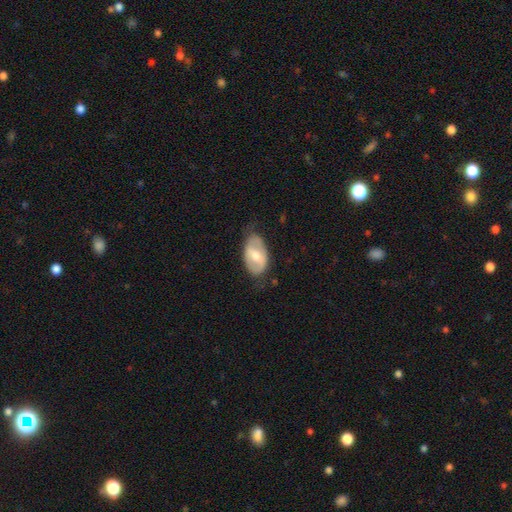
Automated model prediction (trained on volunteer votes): A featured or disk galaxy (55%) with a strong bar (42%), no spiral arms (65%) and a moderate central bulge (67%). Merging: none (66%).